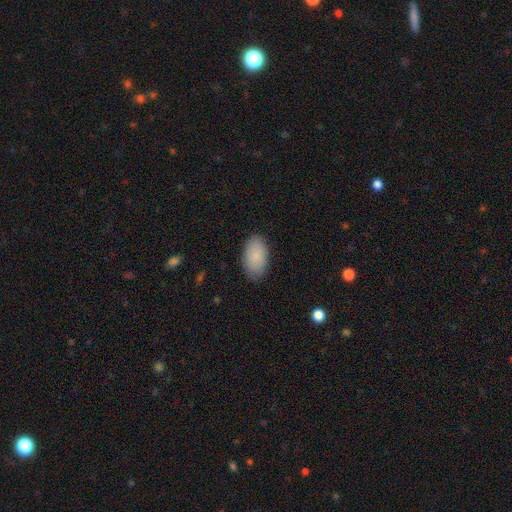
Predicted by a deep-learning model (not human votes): This is clearly a smooth galaxy (88%). How rounded: clearly in between (94%). Merging: clearly none (84%).